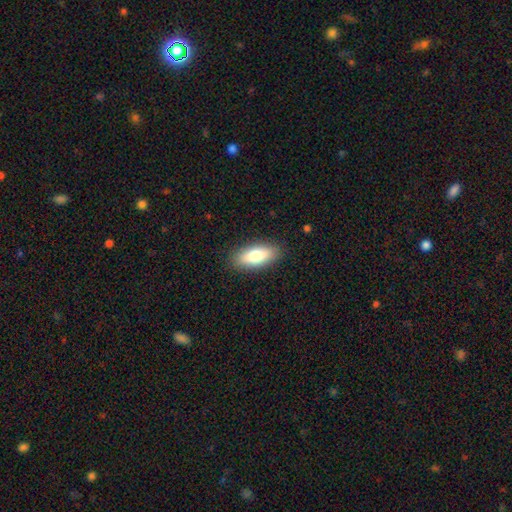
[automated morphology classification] A smooth galaxy with no disk features (76%) that is in between round and cigar-shaped (78%). Merging: none (88%).